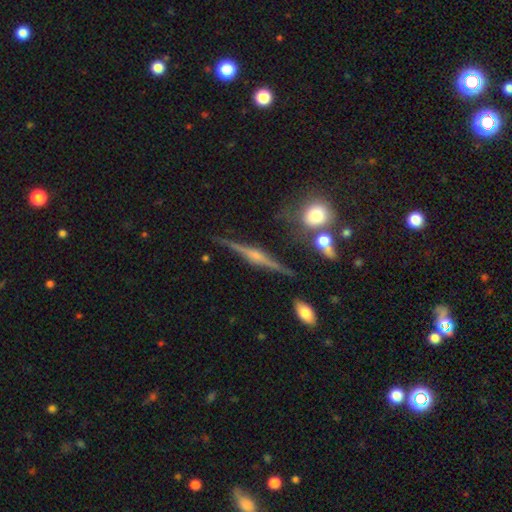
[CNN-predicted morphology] A featured or disk galaxy (81%) viewed edge-on (97%) with a rounded central bulge (83%).

Vote fractions:
- Smooth or featured? featured or disk: 81% / smooth: 10% / star or artifact: 8%
- Edge-on disk? yes: 97% / no: 3%
- Edge-on bulge? rounded: 83% / boxy: 12% / none: 6%
- Merging? none: 84% / minor disturbance: 10% / merger: 3% / major disturbance: 3%